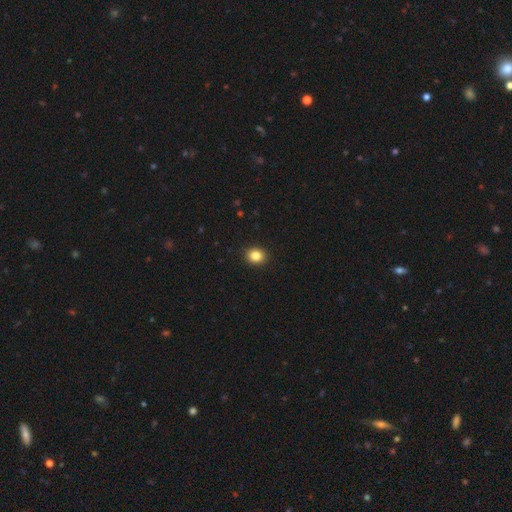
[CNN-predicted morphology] This appears to be a smooth galaxy with no disk features (85%) that is round (66%). Merging: none (92%).